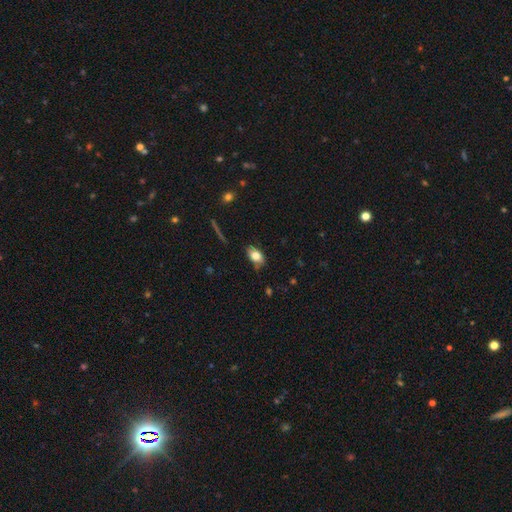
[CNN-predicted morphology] type=smooth (79%); roundness=in between (89%); merging=none (74%).